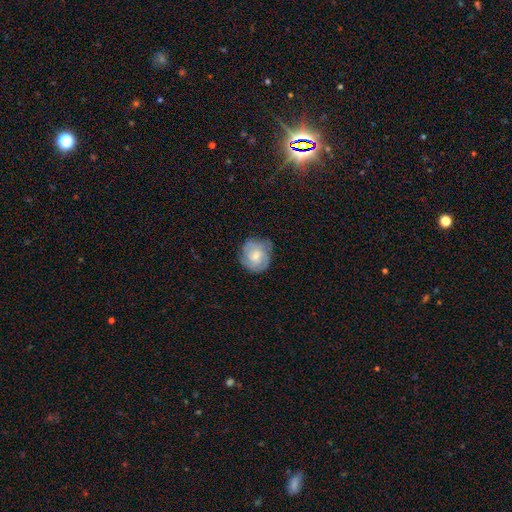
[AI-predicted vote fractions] smooth-or-featured: featured or disk: 57% | smooth: 36% | star or artifact: 7%
  disk-edge-on: no: 98% | yes: 2%
    bar: no: 62% | weak: 33% | strong: 5%
    has-spiral-arms: yes: 87% | no: 13%
    bulge-size: moderate: 50% | small: 43% | large: 3% | none: 3% | dominant: 1%
  merging: none: 72% | minor disturbance: 21% | major disturbance: 5% | merger: 1%